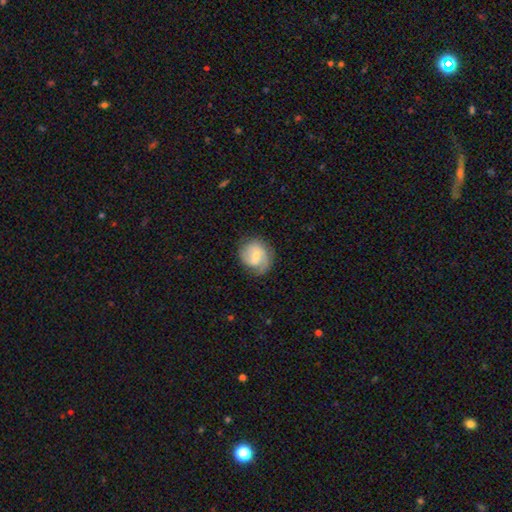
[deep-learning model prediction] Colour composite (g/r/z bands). It shows a featured or disk galaxy (60%) with a weak bar (54%), 2 (46%) medium (41%) spiral arms (88%) and a small central bulge (52%). Merging: none (67%).